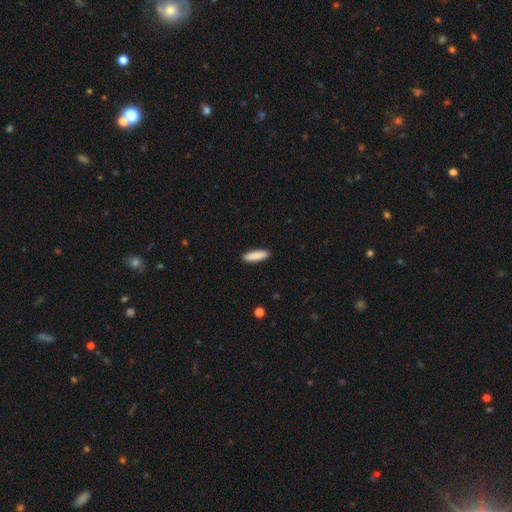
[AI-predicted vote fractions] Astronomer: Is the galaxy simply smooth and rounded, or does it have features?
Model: smooth — 89%.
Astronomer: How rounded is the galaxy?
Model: cigar-shaped — 57% (runner-up: in between, 42%).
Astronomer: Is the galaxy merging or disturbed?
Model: none — 91%.